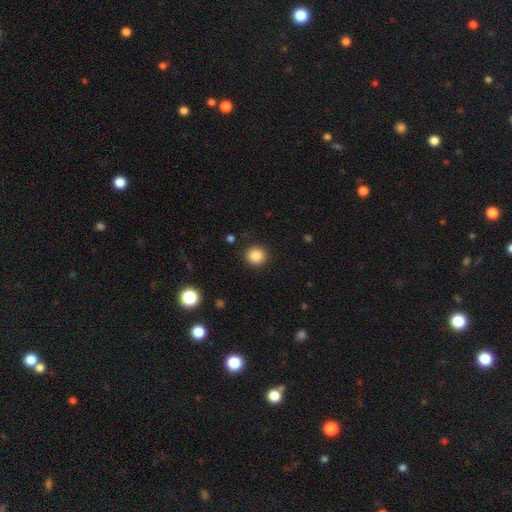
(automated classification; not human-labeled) Smooth or featured?
  - smooth: 86% *
  - star or artifact: 10%
  - featured or disk: 4%
How rounded?
  - round: 90% *
  - in between: 9%
  - cigar-shaped: 1%
Merging?
  - none: 90% *
  - minor disturbance: 6%
  - major disturbance: 2%
  - merger: 1%